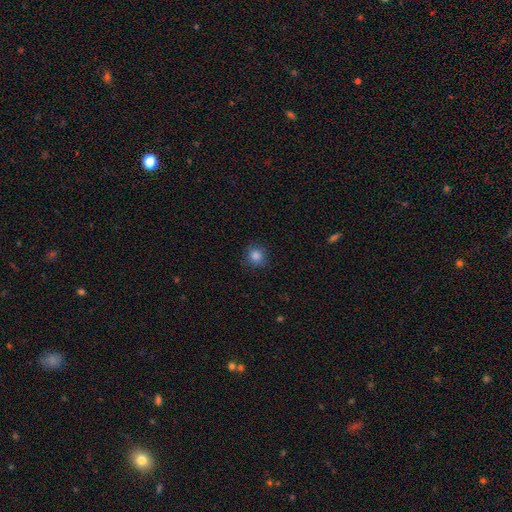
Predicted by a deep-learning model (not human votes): Q: Smooth or featured?
A: smooth (84%); runner-up: star or artifact (11%)
Q: How rounded?
A: round (88%); runner-up: in between (11%)
Q: Merging?
A: none (83%); runner-up: minor disturbance (13%)